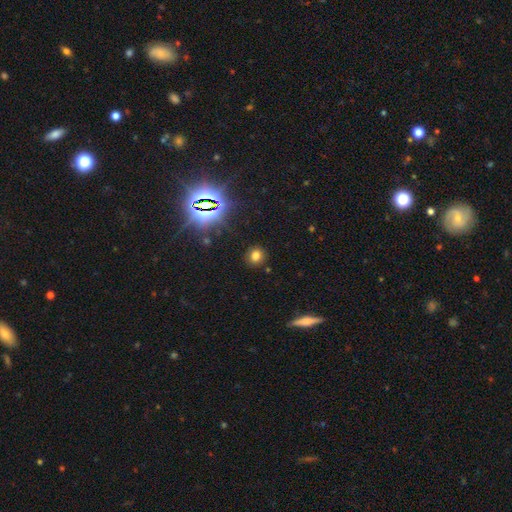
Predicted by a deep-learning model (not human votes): This appears to be a smooth galaxy with no disk features (72%) that is round (77%). Merging: none (88%).